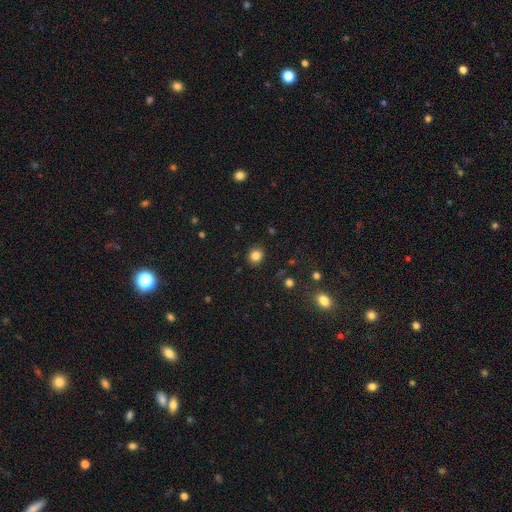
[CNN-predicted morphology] Overall: smooth (83%). How rounded: round (85%). Merging: none (90%).